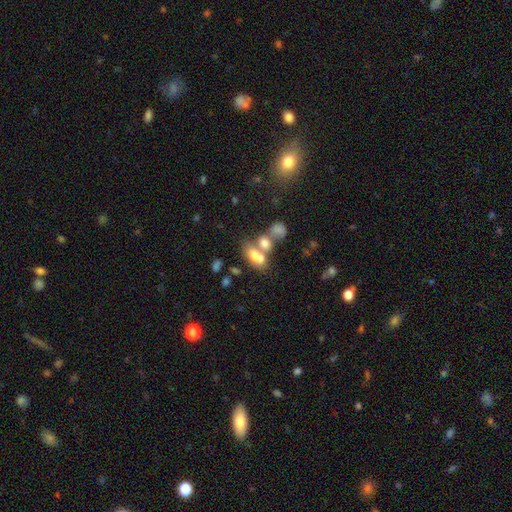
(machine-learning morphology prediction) Overall: smooth (65%). How rounded: in between (78%). Merging: merger (62%; none 23%).